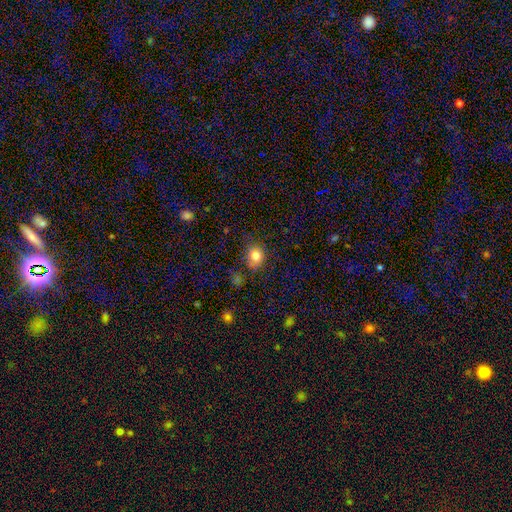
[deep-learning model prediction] smooth-or-featured: smooth: 82% | star or artifact: 11% | featured or disk: 7%
  how-rounded: round: 69% | in between: 30% | cigar-shaped: 1%
  merging: none: 75% | minor disturbance: 17% | major disturbance: 5% | merger: 3%